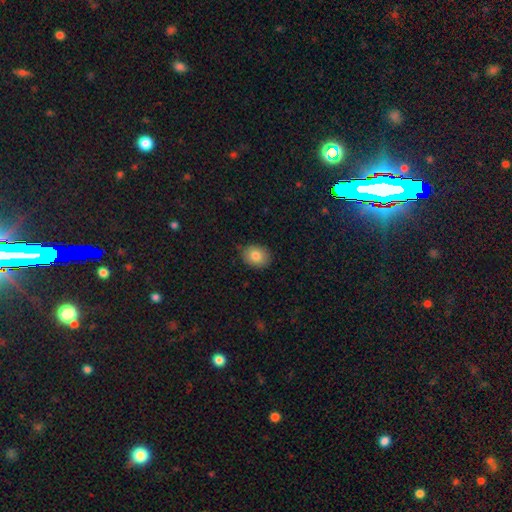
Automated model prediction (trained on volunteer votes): smooth 82%, featured or disk 9%, star or artifact 9%. Down the decision tree: how rounded — in between (56%); merging — none (84%).